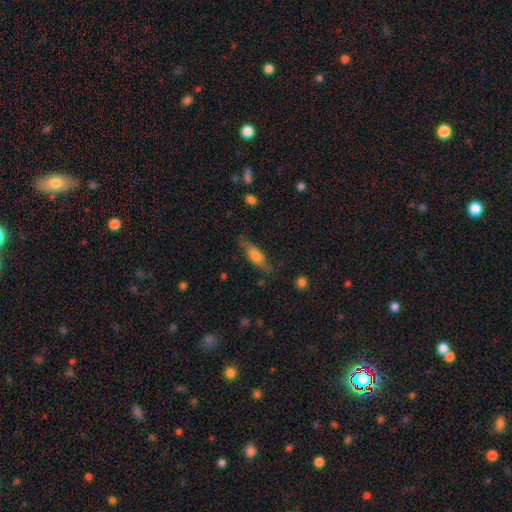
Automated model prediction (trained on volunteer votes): Overall: smooth (58%; featured or disk 35%). How rounded: in between (54%; cigar-shaped 43%). Merging: none (65%; minor disturbance 25%).